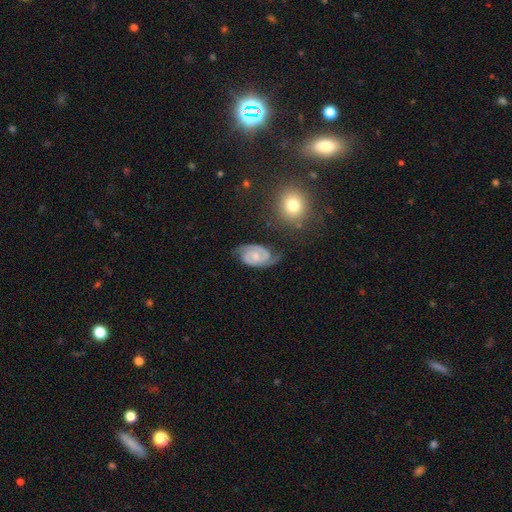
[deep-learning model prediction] Smooth or featured: featured or disk — 82% (smooth — 12%)
Edge-on disk: no — 97% (yes — 3%)
Bar: no — 58% (weak — 34%)
Spiral arms: yes — 95% (no — 5%)
Spiral winding: tight — 54% (medium — 37%)
Spiral arm count: 2 — 86% (can't tell — 7%)
Bulge size: small — 53% (moderate — 36%)
Merging: none — 66% (minor disturbance — 22%)